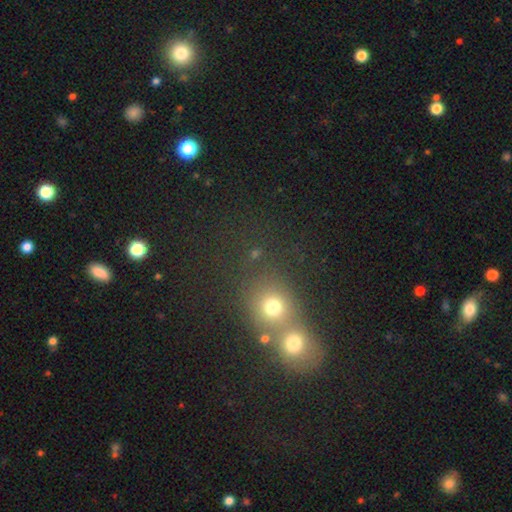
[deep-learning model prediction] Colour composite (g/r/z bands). It shows a smooth galaxy with no disk features (59%) that is round (81%). Merging: merger (50%).